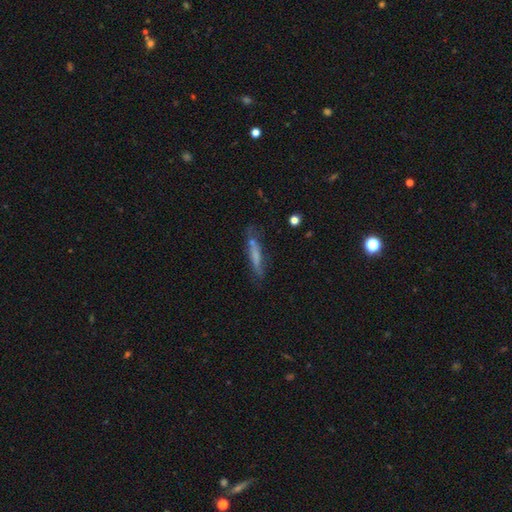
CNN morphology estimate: Smooth or featured: smooth — 56% (featured or disk — 35%)
How rounded: cigar-shaped — 86% (in between — 12%)
Merging: none — 60% (minor disturbance — 24%)